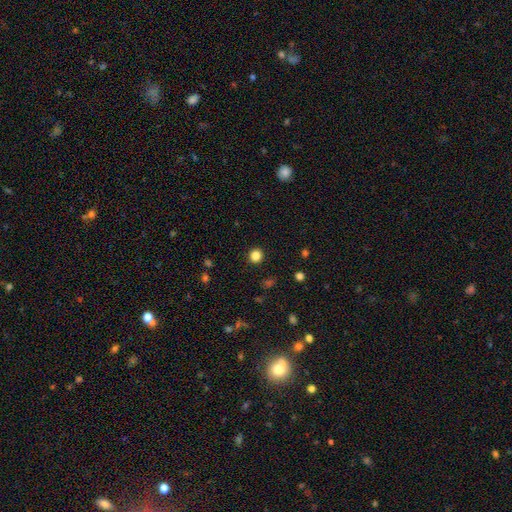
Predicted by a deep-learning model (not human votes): This appears to be a smooth galaxy with no disk features (84%) that is round (88%). Merging: none (92%).